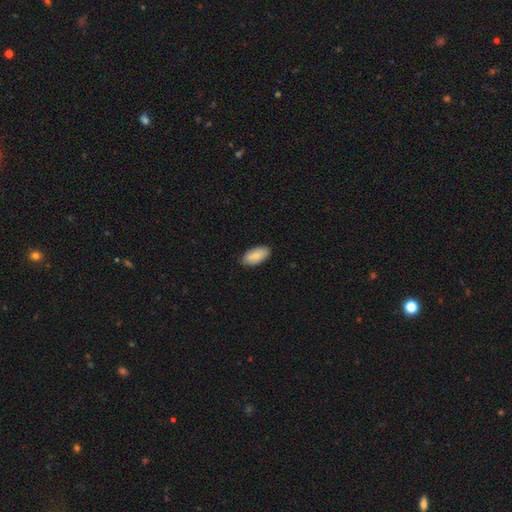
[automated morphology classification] A smooth galaxy with no disk features (85%) that is in between round and cigar-shaped (94%). Merging: none (88%).